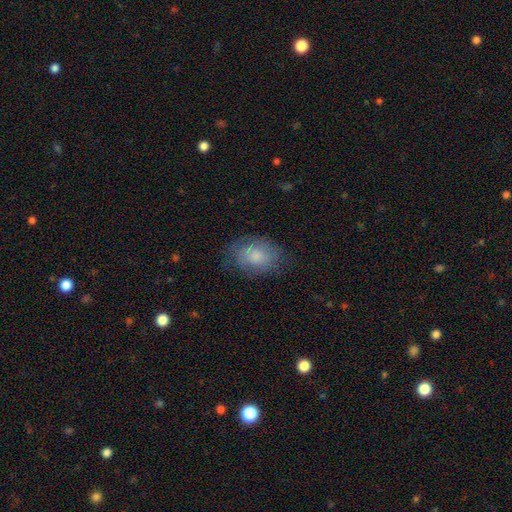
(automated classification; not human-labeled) The model was most divided on "how rounded": in between: 73%, round: 26%, cigar-shaped: 1%. More confident: smooth or featured — smooth (72%); merging — none (70%).